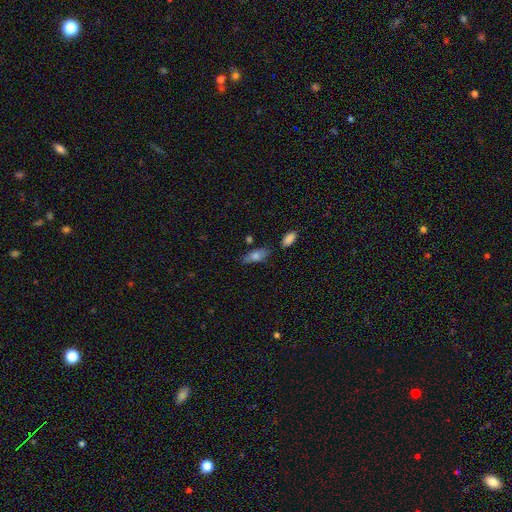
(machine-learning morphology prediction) smooth-or-featured: smooth: 72% | featured or disk: 20% | star or artifact: 8%
  how-rounded: in between: 72% | cigar-shaped: 25% | round: 3%
  merging: none: 69% | minor disturbance: 19% | merger: 7% | major disturbance: 5%